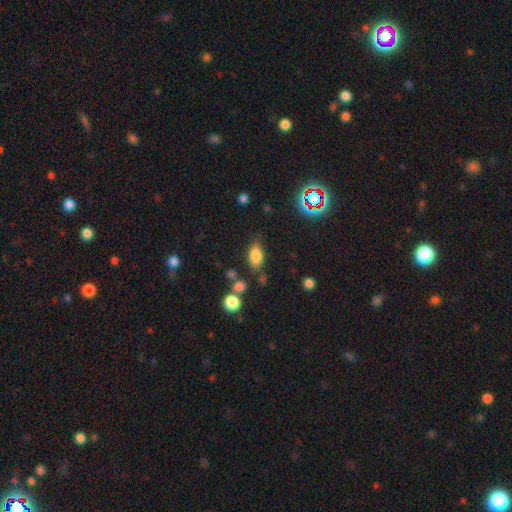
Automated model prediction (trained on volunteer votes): Smooth or featured: smooth — 80% (star or artifact — 11%)
How rounded: in between — 88% (round — 8%)
Merging: none — 73% (minor disturbance — 16%)